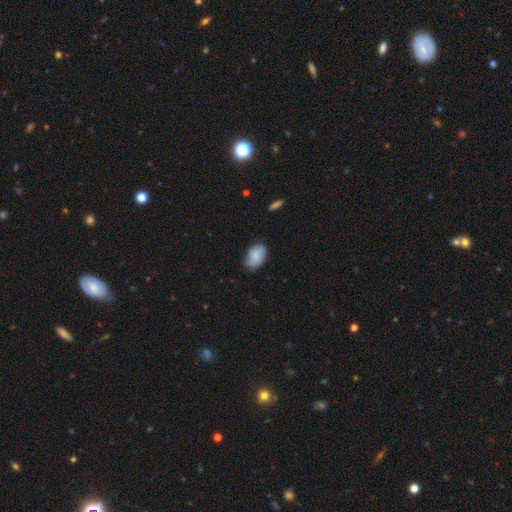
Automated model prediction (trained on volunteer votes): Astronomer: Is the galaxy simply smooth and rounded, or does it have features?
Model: smooth — 85%.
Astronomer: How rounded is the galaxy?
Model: in between — 87%.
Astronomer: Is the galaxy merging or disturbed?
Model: none — 71%.